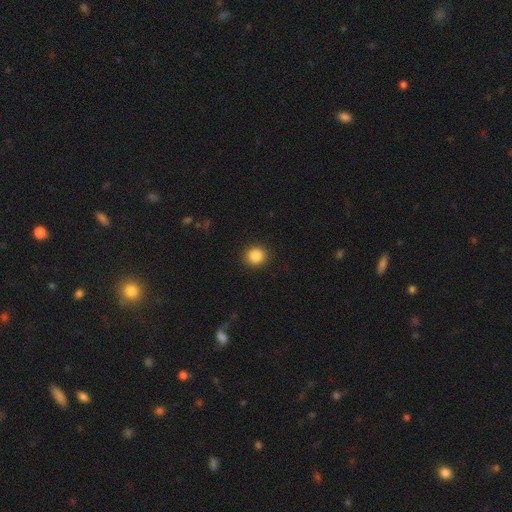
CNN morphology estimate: The model was most divided on "how rounded": round: 88%, in between: 11%, cigar-shaped: 1%. More confident: merging — none (91%); smooth or featured — smooth (87%).